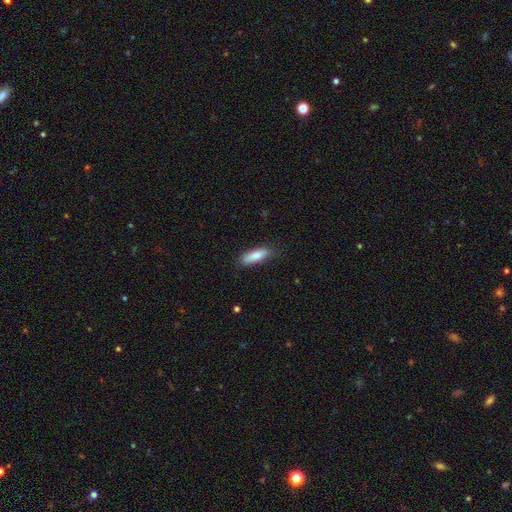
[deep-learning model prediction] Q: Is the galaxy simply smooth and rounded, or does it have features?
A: smooth — 84%.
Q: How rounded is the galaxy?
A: in between — 53%.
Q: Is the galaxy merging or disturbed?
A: none — 82%.